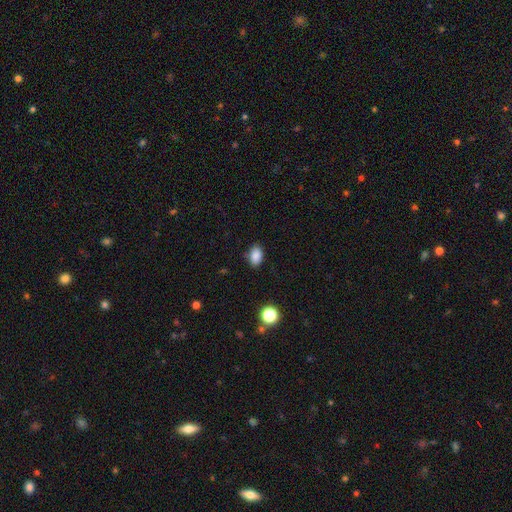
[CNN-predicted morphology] Smooth or featured? Predicted: smooth (p=0.86). How rounded? Predicted: in between (p=0.83). Merging? Predicted: none (p=0.84).